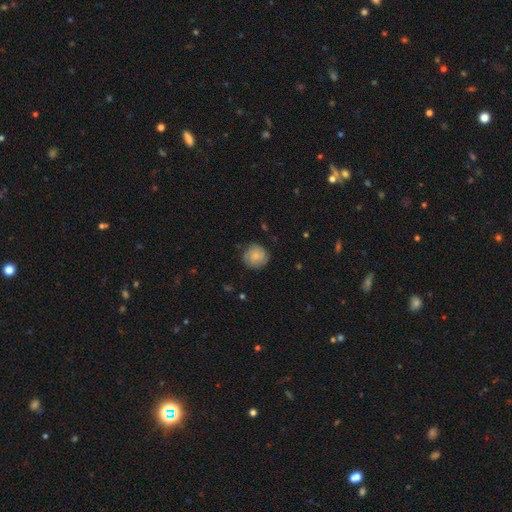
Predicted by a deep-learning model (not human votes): A smooth galaxy with no disk features (69%) that is round (92%).

Vote fractions:
- Smooth or featured? smooth: 69% / featured or disk: 24% / star or artifact: 8%
- How rounded? round: 92% / in between: 7% / cigar-shaped: 1%
- Merging? none: 80% / minor disturbance: 15% / major disturbance: 4% / merger: 1%